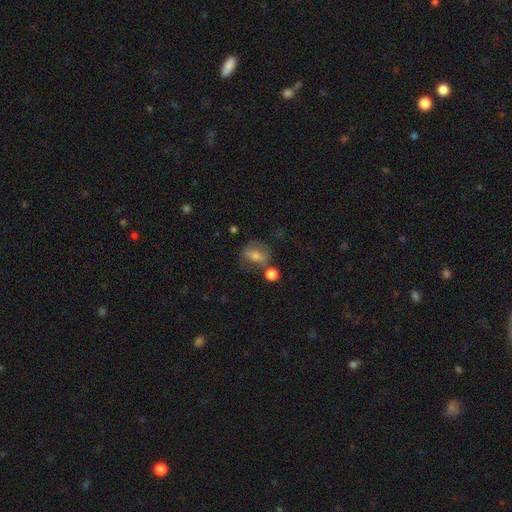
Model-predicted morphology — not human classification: smooth-or-featured: smooth: 54% | featured or disk: 32% | star or artifact: 13%
  how-rounded: in between: 52% | round: 46% | cigar-shaped: 3%
  merging: none: 56% | minor disturbance: 19% | merger: 15% | major disturbance: 10%